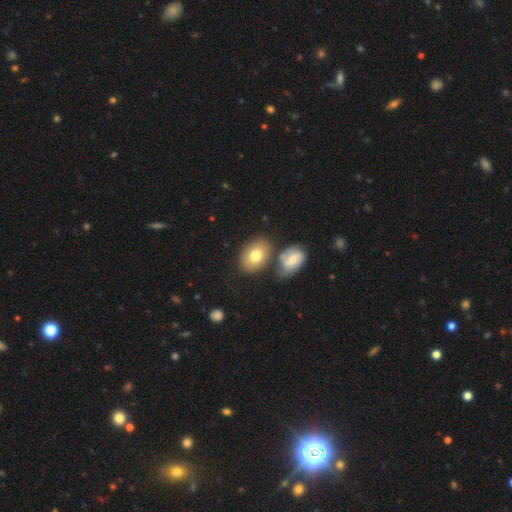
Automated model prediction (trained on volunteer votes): Q: Smooth or featured?
A: smooth (76%); runner-up: featured or disk (17%)
Q: How rounded?
A: in between (79%); runner-up: round (20%)
Q: Merging?
A: none (63%); runner-up: merger (19%)